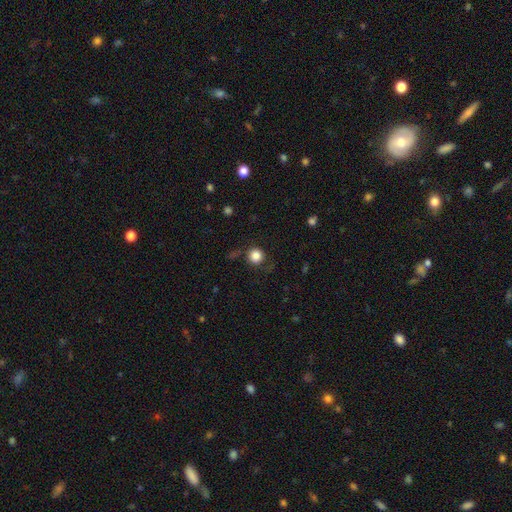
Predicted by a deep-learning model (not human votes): A smooth galaxy with no disk features (83%) that is round (94%).

Vote fractions:
- Smooth or featured? smooth: 83% / star or artifact: 11% / featured or disk: 6%
- How rounded? round: 94% / in between: 5% / cigar-shaped: 1%
- Merging? none: 82% / minor disturbance: 10% / major disturbance: 5% / merger: 2%